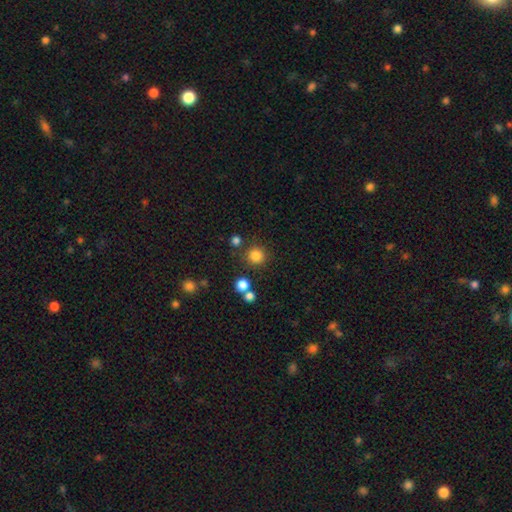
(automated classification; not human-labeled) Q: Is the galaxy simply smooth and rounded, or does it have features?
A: smooth — 82%.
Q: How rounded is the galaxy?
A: round — 94%.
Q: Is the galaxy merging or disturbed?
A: none — 83%.